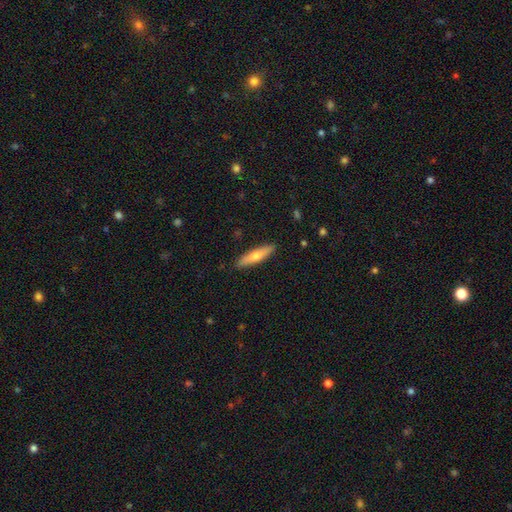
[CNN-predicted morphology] Overall: smooth (57%; featured or disk 37%). How rounded: cigar-shaped (80%). Merging: none (90%).